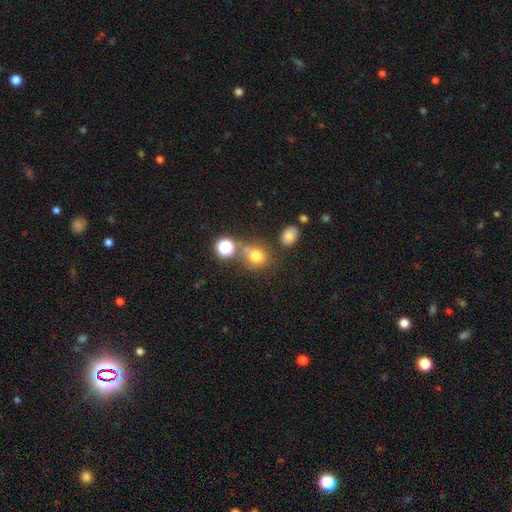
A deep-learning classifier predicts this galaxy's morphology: Smooth or featured?
  - smooth: 72% *
  - star or artifact: 18%
  - featured or disk: 9%
How rounded?
  - round: 77% *
  - in between: 22%
  - cigar-shaped: 1%
Merging?
  - none: 63% *
  - merger: 19%
  - minor disturbance: 12%
  - major disturbance: 5%